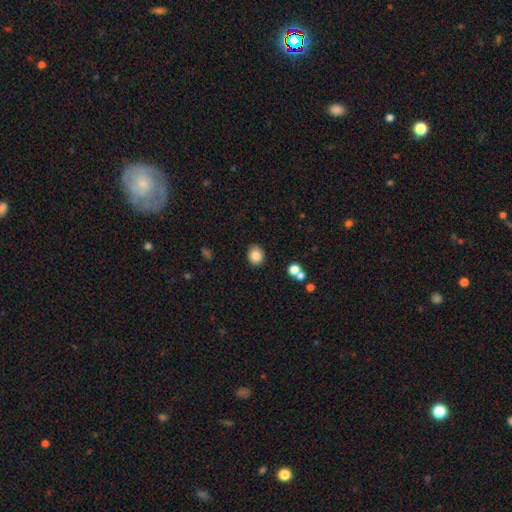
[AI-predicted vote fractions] Smooth or featured? smooth (84%)
How rounded? round (56%)
Merging? none (87%)